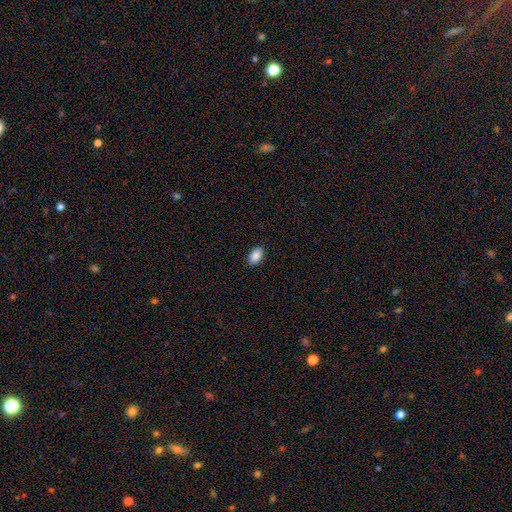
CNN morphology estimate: Overall: smooth (90%). How rounded: in between (92%). Merging: none (89%).